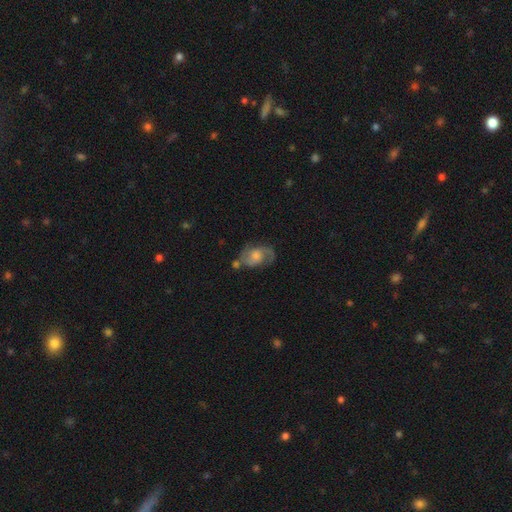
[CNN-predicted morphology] featured or disk 73%, smooth 19%, star or artifact 8%. Down the decision tree: edge-on disk — no (96%); bar — no (65%); spiral arms — yes (90%); spiral arm count — 2 (81%); spiral winding — medium (50%); bulge size — moderate (49%); merging — none (61%).